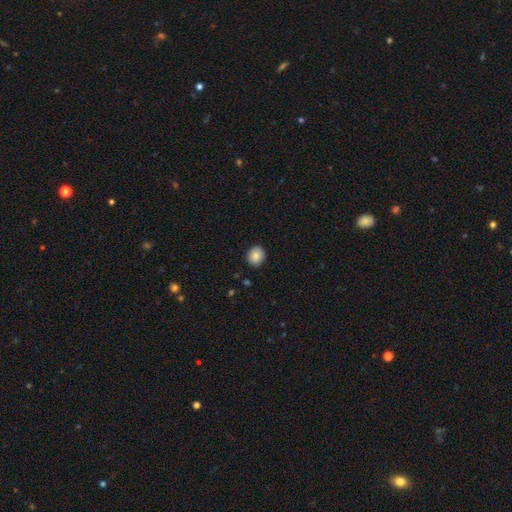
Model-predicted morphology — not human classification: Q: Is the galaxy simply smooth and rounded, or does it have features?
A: smooth — 87%.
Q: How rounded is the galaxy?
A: round — 69%.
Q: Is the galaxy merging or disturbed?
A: none — 89%.